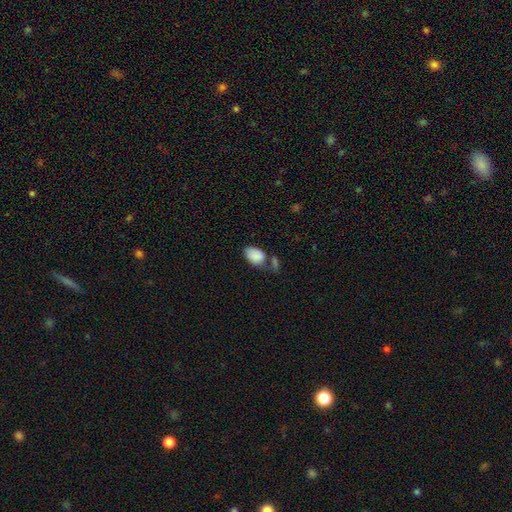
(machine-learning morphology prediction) type=smooth (86%); roundness=in between (90%); merging=none (42%).